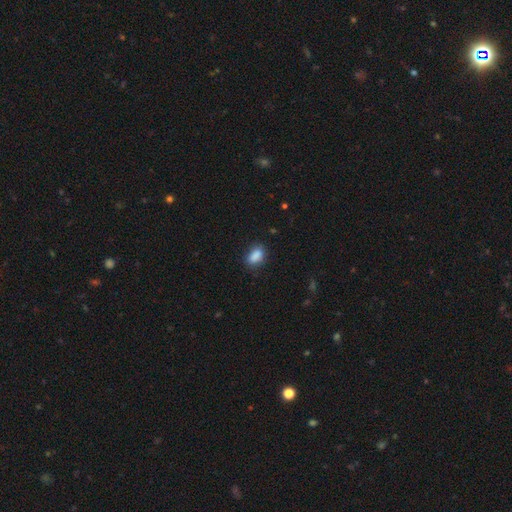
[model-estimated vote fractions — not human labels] Morphology: type=smooth (87%); roundness=in between (85%); merging=none (76%).